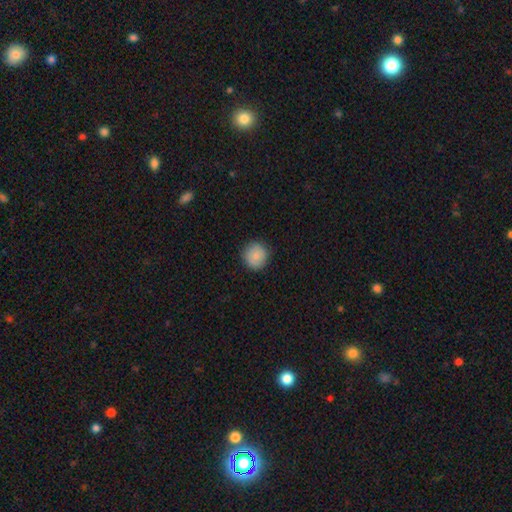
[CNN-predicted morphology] This is clearly a smooth galaxy (87%). How rounded: clearly round (92%). Merging: clearly none (88%).